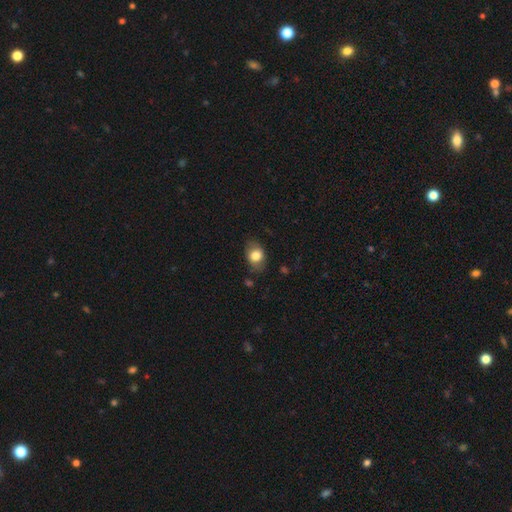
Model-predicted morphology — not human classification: Overall: smooth (79%). How rounded: in between (71%). Merging: none (77%).